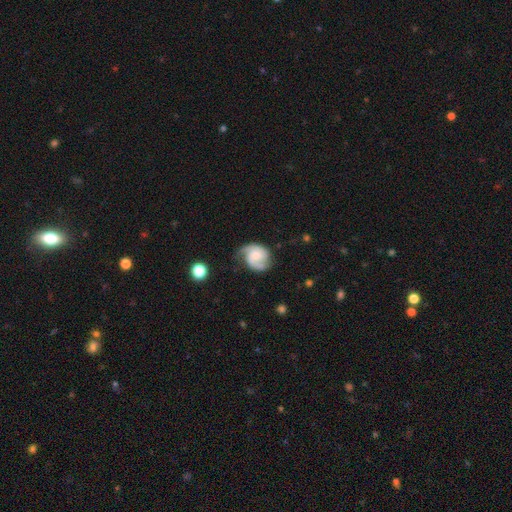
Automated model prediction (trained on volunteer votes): smooth-or-featured: featured or disk: 73% | smooth: 21% | star or artifact: 6%
  disk-edge-on: no: 98% | yes: 2%
    bar: no: 63% | weak: 31% | strong: 6%
    has-spiral-arms: yes: 94% | no: 6%
      spiral-winding: medium: 45% | tight: 33% | loose: 21%
      spiral-arm-count: 2: 75% | 1: 9% | can't tell: 8% | 3: 4% | 4: 1% | more than 4: 1%
    bulge-size: small: 37% | moderate: 35% | none: 17% | large: 9% | dominant: 2%
  merging: none: 55% | minor disturbance: 28% | major disturbance: 15% | merger: 2%